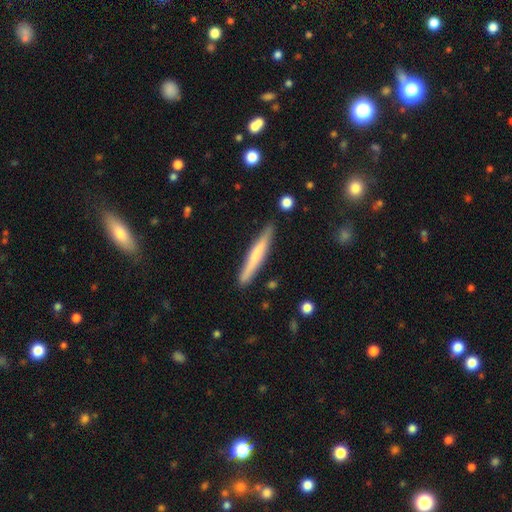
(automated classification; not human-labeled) Smooth or featured?
  - smooth: 57% *
  - featured or disk: 37%
  - star or artifact: 6%
How rounded?
  - cigar-shaped: 95% *
  - in between: 3%
  - round: 1%
Merging?
  - none: 87% *
  - minor disturbance: 9%
  - merger: 2%
  - major disturbance: 2%